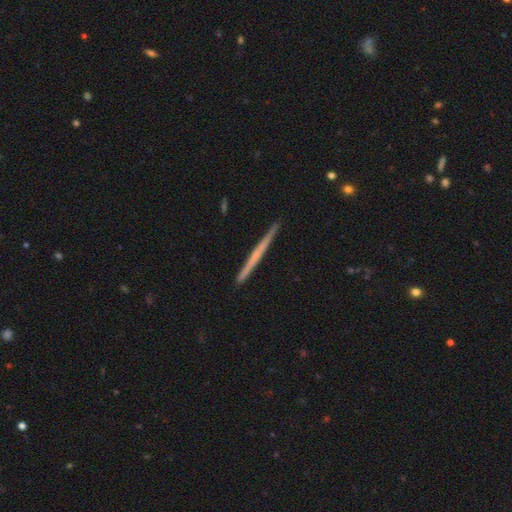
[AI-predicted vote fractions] This appears to be a featured or disk galaxy (57%) viewed edge-on (98%) with no central bulge (84%). Merging: none (92%).